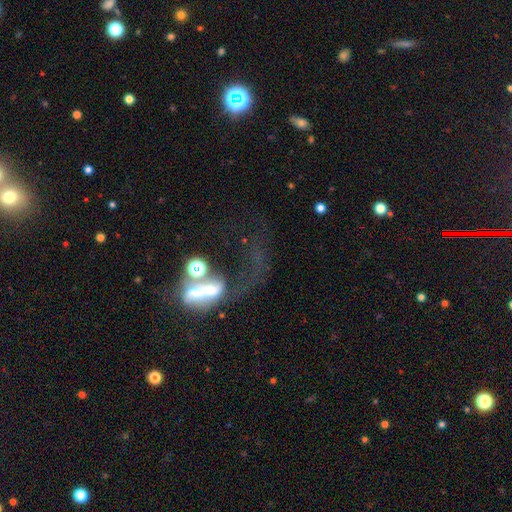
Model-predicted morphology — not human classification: Smooth or featured: star or artifact — 40% (featured or disk — 34%)